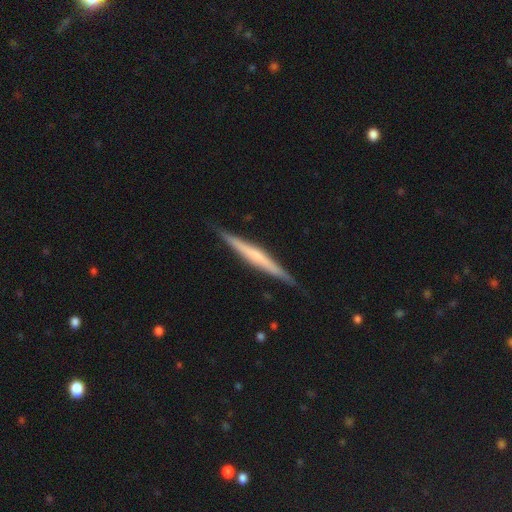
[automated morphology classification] Smooth or featured? featured or disk (61%)
Edge-on disk? yes (97%)
Edge-on bulge? none (55%)
Merging? none (89%)